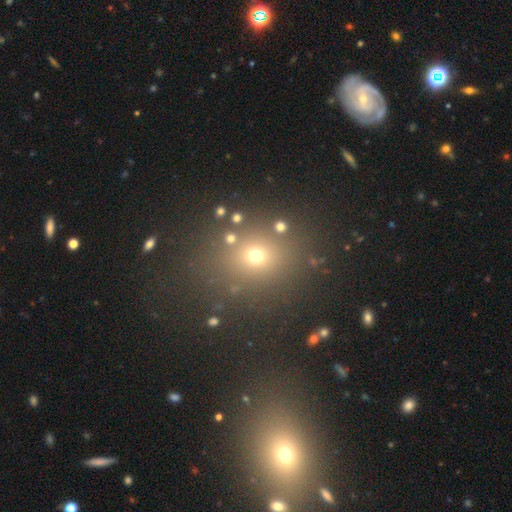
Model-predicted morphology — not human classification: A smooth galaxy with no disk features (64%) that is round (75%).

Vote fractions:
- Smooth or featured? smooth: 64% / star or artifact: 26% / featured or disk: 10%
- How rounded? round: 75% / in between: 24% / cigar-shaped: 1%
- Merging? none: 80% / minor disturbance: 10% / major disturbance: 5% / merger: 5%